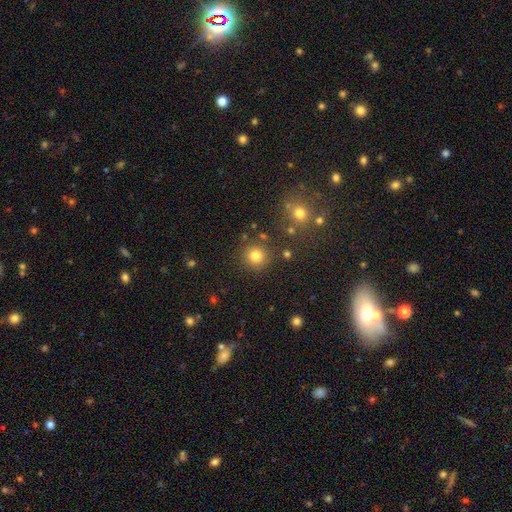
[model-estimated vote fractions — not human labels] smooth-or-featured: smooth: 81% | star or artifact: 14% | featured or disk: 5%
  how-rounded: round: 93% | in between: 6% | cigar-shaped: 1%
  merging: none: 86% | minor disturbance: 7% | merger: 4% | major disturbance: 3%